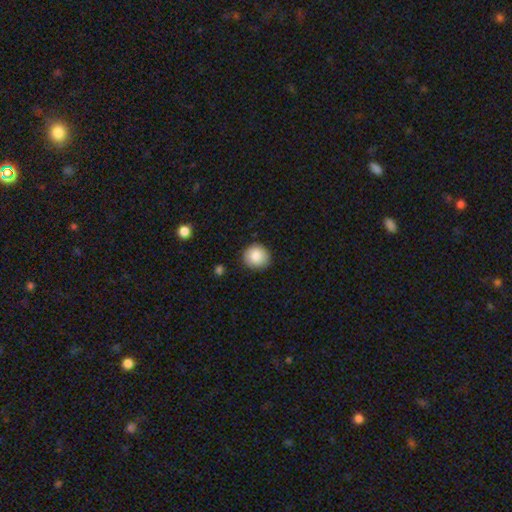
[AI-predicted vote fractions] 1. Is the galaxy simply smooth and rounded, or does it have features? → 87% smooth, 8% star or artifact, 6% featured or disk.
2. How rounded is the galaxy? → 87% round, 12% in between, 1% cigar-shaped.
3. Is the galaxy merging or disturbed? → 86% none, 11% minor disturbance, 2% major disturbance, 1% merger.